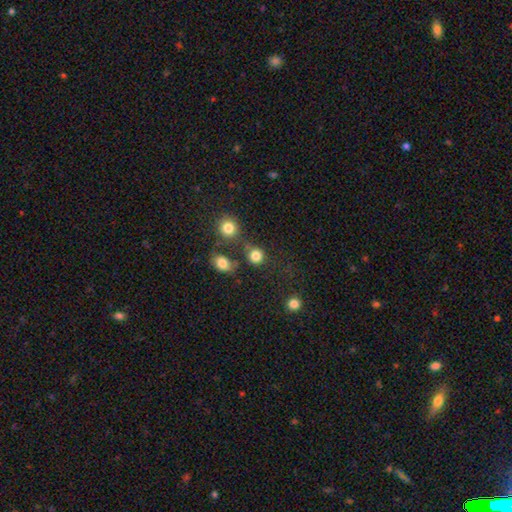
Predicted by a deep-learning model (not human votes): Smooth or featured?
  - smooth: 82% *
  - star or artifact: 12%
  - featured or disk: 6%
How rounded?
  - round: 86% *
  - in between: 13%
  - cigar-shaped: 1%
Merging?
  - none: 66% *
  - merger: 16%
  - minor disturbance: 13%
  - major disturbance: 6%